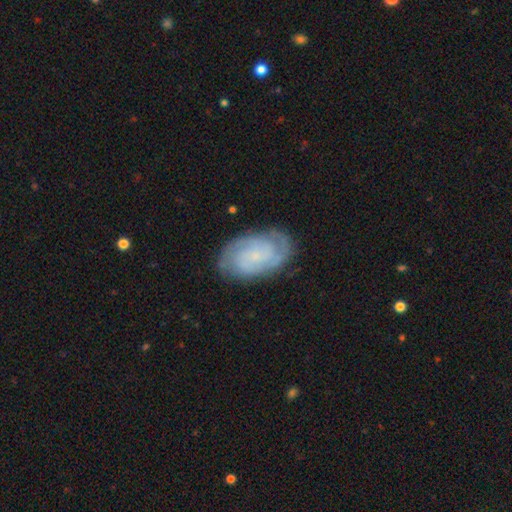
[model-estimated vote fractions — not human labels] smooth_or_featured: featured or disk (p=0.77) [alt: smooth p=0.16]
disk_edge_on: no (p=0.97) [alt: yes p=0.03]
bar: no (p=0.67) [alt: weak p=0.28]
has_spiral_arms: yes (p=0.95) [alt: no p=0.05]
spiral_winding: tight (p=0.64) [alt: medium p=0.30]
spiral_arm_count: 2 (p=0.37) [alt: can't tell p=0.28]
bulge_size: small (p=0.74) [alt: none p=0.15]
merging: none (p=0.77) [alt: minor disturbance p=0.16]